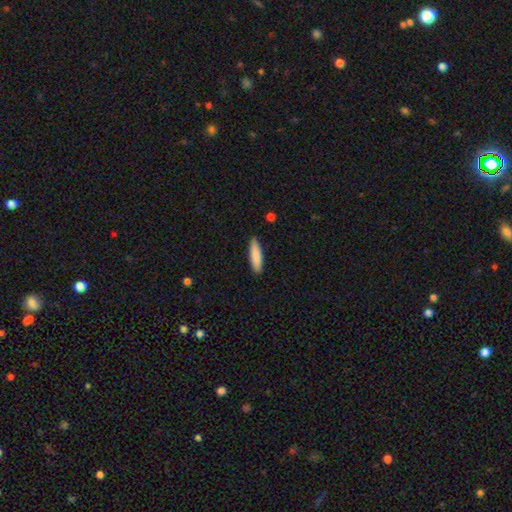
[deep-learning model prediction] Smooth or featured? Predicted: smooth (p=0.86). How rounded? Predicted: cigar-shaped (p=0.70). Merging? Predicted: none (p=0.90).